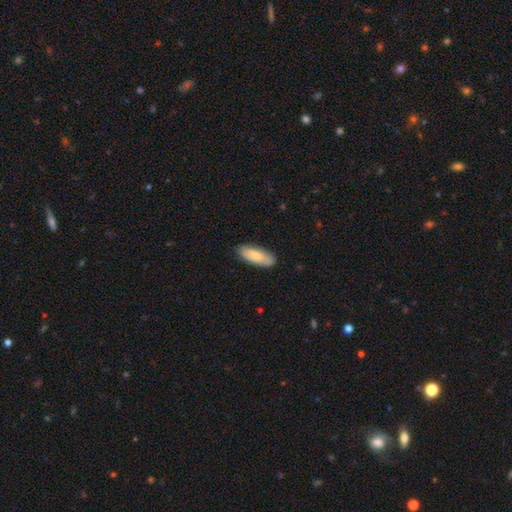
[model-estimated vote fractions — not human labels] Smooth or featured?
  - smooth: 78% *
  - featured or disk: 16%
  - star or artifact: 5%
How rounded?
  - in between: 72% *
  - cigar-shaped: 27%
  - round: 2%
Merging?
  - none: 83% *
  - minor disturbance: 14%
  - major disturbance: 2%
  - merger: 1%